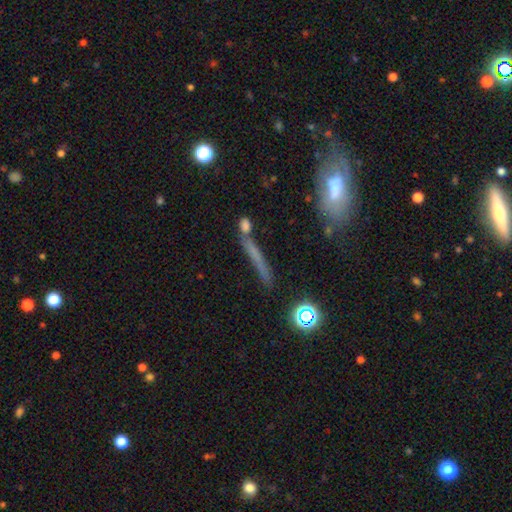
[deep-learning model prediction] A smooth galaxy with no disk features (50%) that is cigar-shaped (88%).

Vote fractions:
- Smooth or featured? smooth: 50% / featured or disk: 35% / star or artifact: 15%
- How rounded? cigar-shaped: 88% / in between: 7% / round: 5%
- Merging? none: 63% / minor disturbance: 16% / merger: 14% / major disturbance: 7%